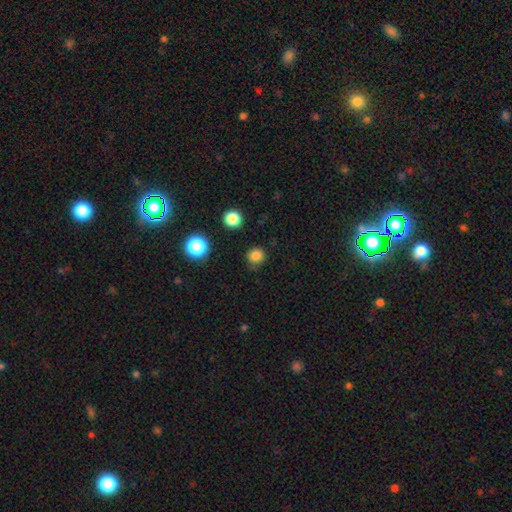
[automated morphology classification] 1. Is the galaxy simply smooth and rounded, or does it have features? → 82% smooth, 14% star or artifact, 4% featured or disk.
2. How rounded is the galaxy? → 89% round, 10% in between, 1% cigar-shaped.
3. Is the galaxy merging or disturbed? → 81% none, 13% minor disturbance, 4% major disturbance, 2% merger.